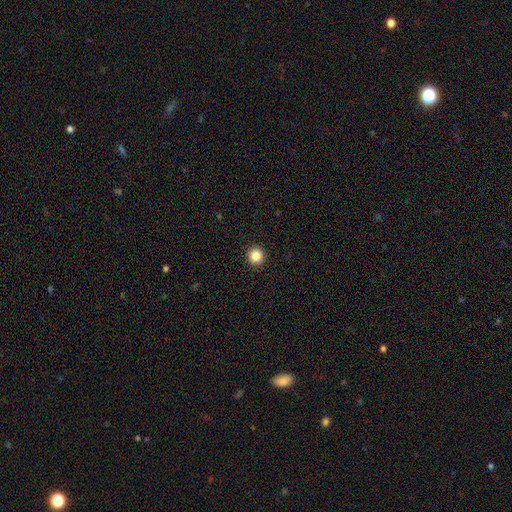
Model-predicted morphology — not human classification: Overall: smooth (86%). How rounded: round (95%). Merging: none (94%).